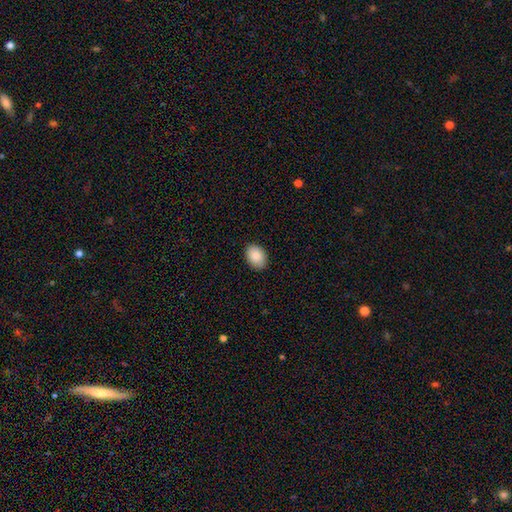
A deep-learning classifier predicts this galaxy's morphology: smooth_or_featured: smooth (p=0.89) [alt: star or artifact p=0.07]
how_rounded: in between (p=0.80) [alt: round p=0.19]
merging: none (p=0.89) [alt: minor disturbance p=0.08]